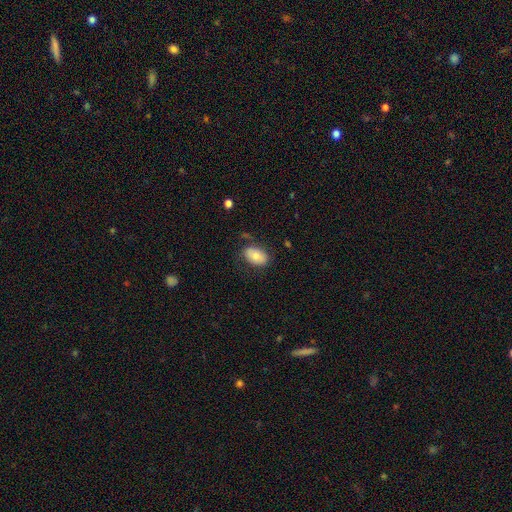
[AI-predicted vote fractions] Smooth or featured: smooth — 78% (featured or disk — 15%)
How rounded: in between — 90% (round — 9%)
Merging: none — 74% (minor disturbance — 18%)